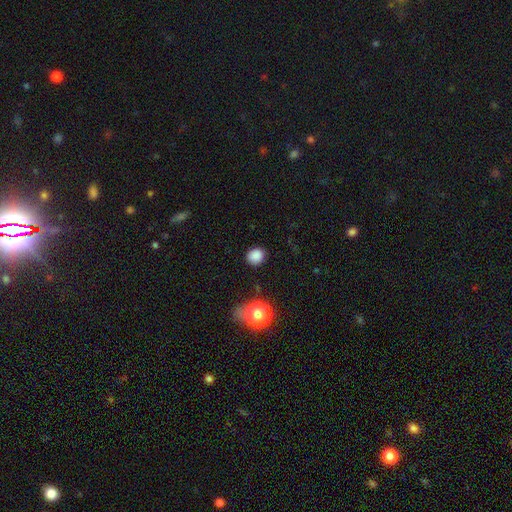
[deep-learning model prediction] smooth-or-featured: smooth: 84% | star or artifact: 12% | featured or disk: 4%
  how-rounded: round: 79% | in between: 20% | cigar-shaped: 1%
  merging: none: 85% | minor disturbance: 10% | major disturbance: 3% | merger: 2%